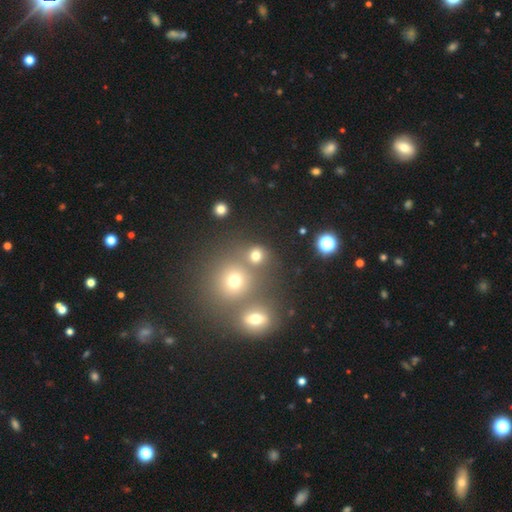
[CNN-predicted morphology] Q: Smooth or featured?
A: smooth (72%); runner-up: star or artifact (20%)
Q: How rounded?
A: round (84%); runner-up: in between (15%)
Q: Merging?
A: none (67%); runner-up: merger (21%)